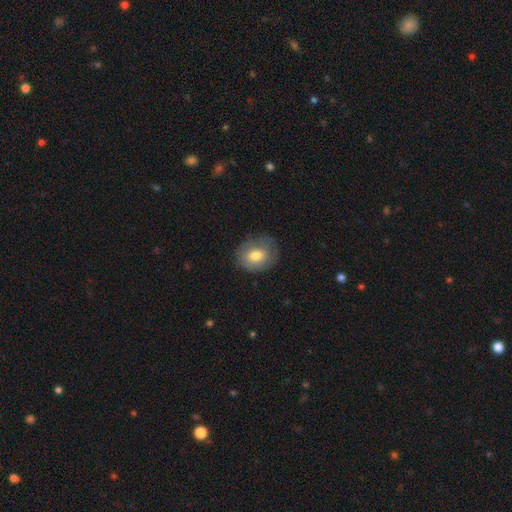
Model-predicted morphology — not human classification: smooth 73%, featured or disk 18%, star or artifact 8%. Down the decision tree: how rounded — round (59%); merging — none (74%).